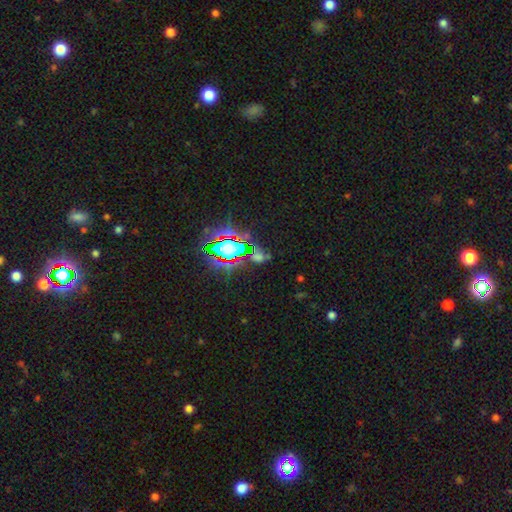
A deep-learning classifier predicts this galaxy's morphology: Smooth or featured: star or artifact — 74% (smooth — 16%)